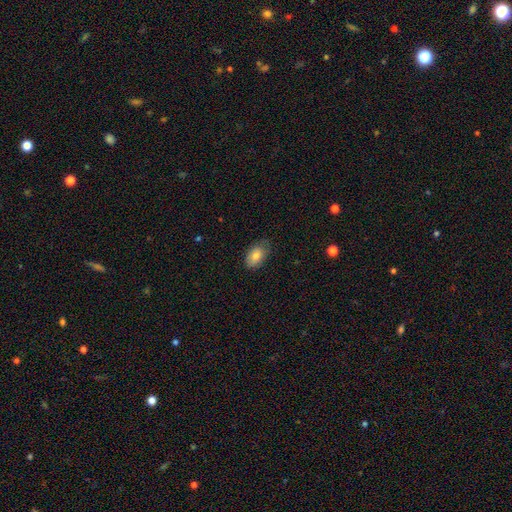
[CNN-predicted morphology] smooth-or-featured: smooth: 78% | featured or disk: 14% | star or artifact: 7%
  how-rounded: in between: 90% | round: 8% | cigar-shaped: 2%
  merging: none: 69% | minor disturbance: 25% | major disturbance: 5% | merger: 1%